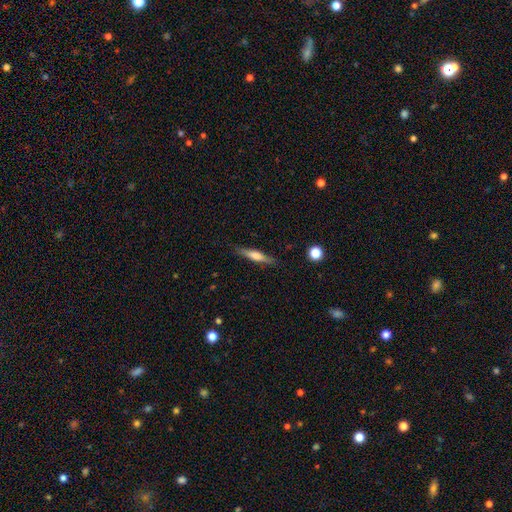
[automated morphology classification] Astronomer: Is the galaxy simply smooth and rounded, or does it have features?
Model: featured or disk — 47% (runner-up: smooth, 46%).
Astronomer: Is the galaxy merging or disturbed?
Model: none — 87%.